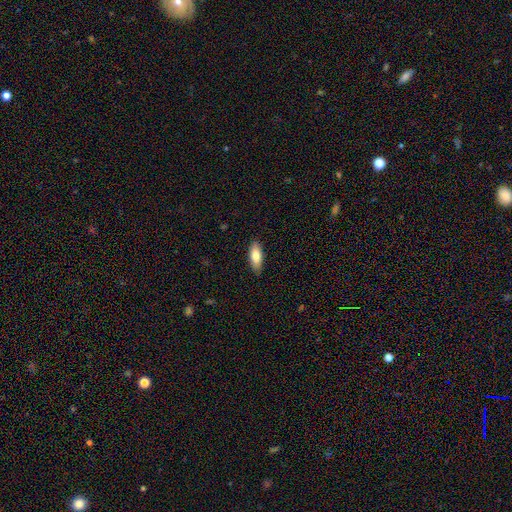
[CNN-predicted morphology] Smooth or featured: smooth — 80% (featured or disk — 14%)
How rounded: in between — 71% (cigar-shaped — 27%)
Merging: none — 87% (minor disturbance — 10%)